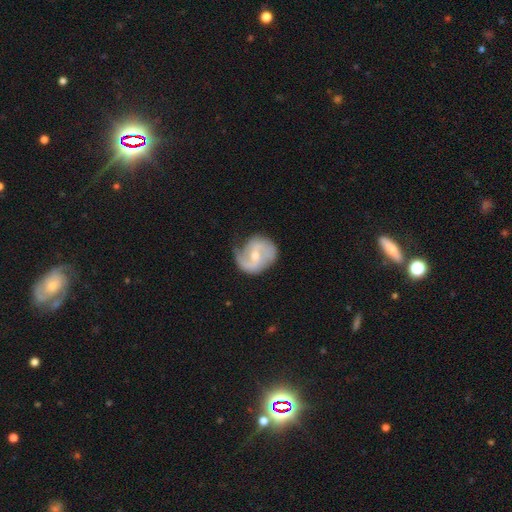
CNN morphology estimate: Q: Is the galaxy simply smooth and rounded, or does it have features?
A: featured or disk — 76%.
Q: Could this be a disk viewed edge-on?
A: no — 98%.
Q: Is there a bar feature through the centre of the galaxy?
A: weak — 49%.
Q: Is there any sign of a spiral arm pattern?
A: yes — 91%.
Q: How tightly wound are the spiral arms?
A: medium — 45%.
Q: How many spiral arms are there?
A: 2 — 72%.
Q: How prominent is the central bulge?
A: moderate — 52%.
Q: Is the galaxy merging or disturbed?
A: none — 60%.